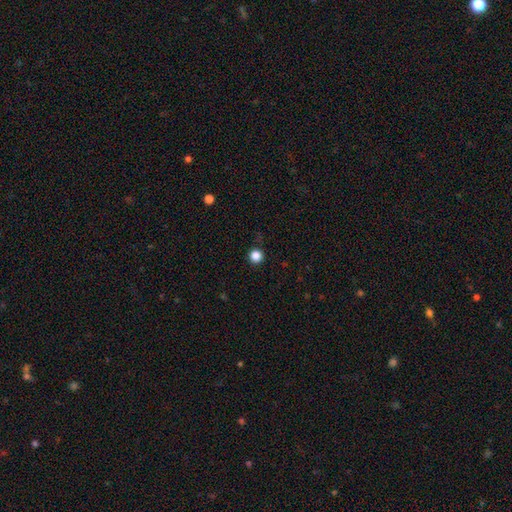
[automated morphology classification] smooth_or_featured: smooth (p=0.85) [alt: star or artifact p=0.12]
how_rounded: round (p=0.96) [alt: in between p=0.03]
merging: none (p=0.91) [alt: minor disturbance p=0.06]